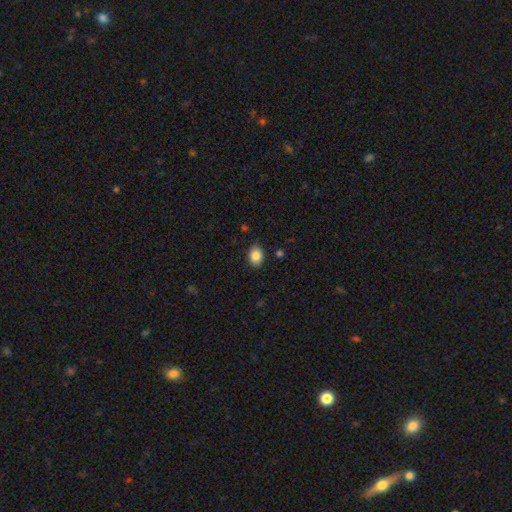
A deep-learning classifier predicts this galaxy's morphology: Smooth or featured?
  - smooth: 86% *
  - star or artifact: 8%
  - featured or disk: 6%
How rounded?
  - in between: 74% *
  - round: 25%
  - cigar-shaped: 1%
Merging?
  - none: 86% *
  - minor disturbance: 10%
  - major disturbance: 2%
  - merger: 1%